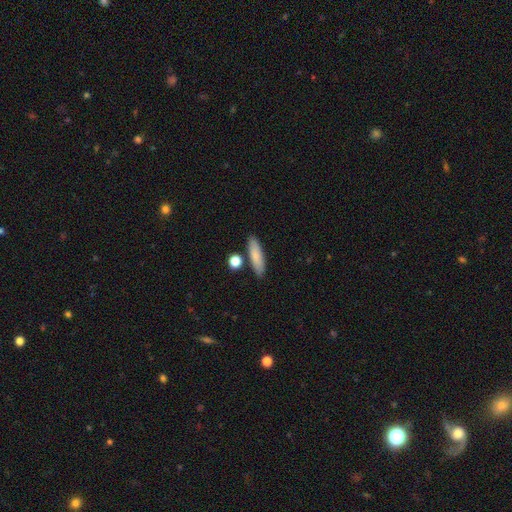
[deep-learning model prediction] A smooth galaxy with no disk features (81%) that is cigar-shaped (61%). Merging: none (81%).